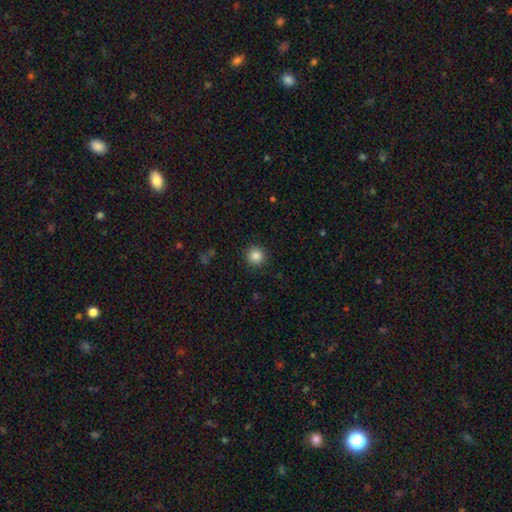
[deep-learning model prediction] The model was most divided on "smooth or featured": smooth: 86%, star or artifact: 10%, featured or disk: 4%. More confident: how rounded — round (95%); merging — none (92%).